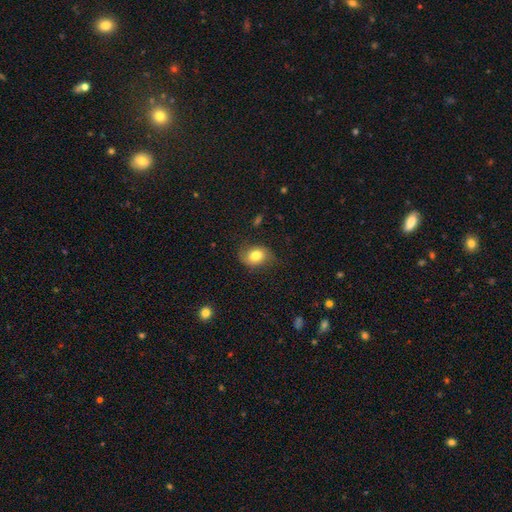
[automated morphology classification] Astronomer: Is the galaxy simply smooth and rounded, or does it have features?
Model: smooth — 73%.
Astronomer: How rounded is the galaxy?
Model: in between — 60% (runner-up: round, 39%).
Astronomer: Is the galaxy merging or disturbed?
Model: none — 68%.